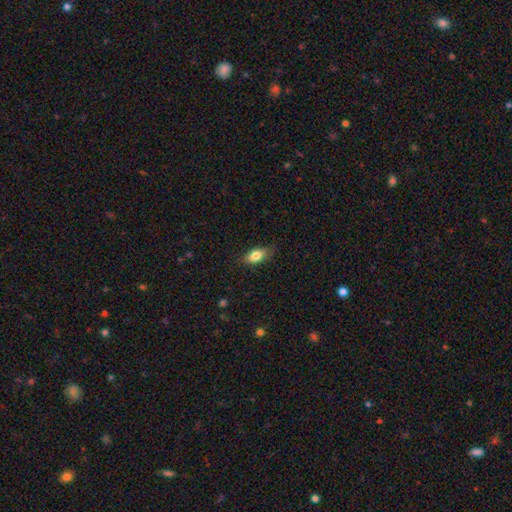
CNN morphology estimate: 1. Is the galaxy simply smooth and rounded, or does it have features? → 81% smooth, 12% featured or disk, 7% star or artifact.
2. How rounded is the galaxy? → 86% in between, 9% cigar-shaped, 5% round.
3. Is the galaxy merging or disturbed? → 81% none, 15% minor disturbance, 3% major disturbance, 1% merger.